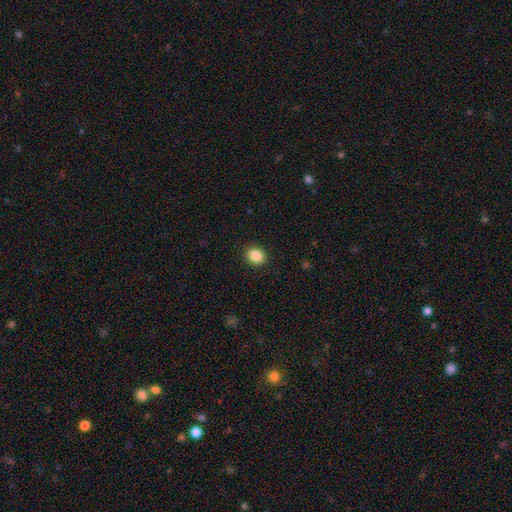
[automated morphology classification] Smooth or featured: smooth — 86% (star or artifact — 9%)
How rounded: round — 56% (in between — 43%)
Merging: none — 91% (minor disturbance — 6%)